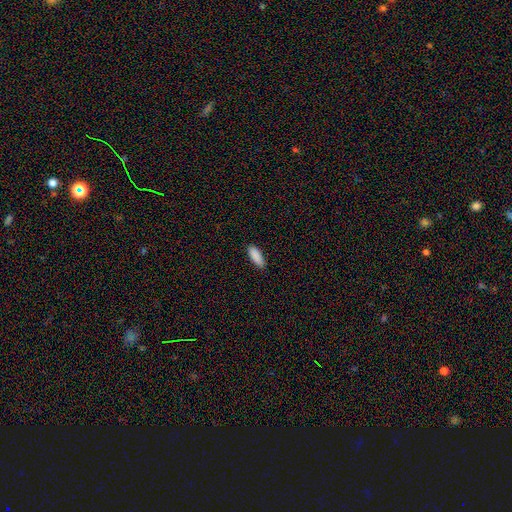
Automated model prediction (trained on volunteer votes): A smooth galaxy with no disk features (90%) that is in between round and cigar-shaped (76%).

Vote fractions:
- Smooth or featured? smooth: 90% / star or artifact: 6% / featured or disk: 4%
- How rounded? in between: 76% / cigar-shaped: 23% / round: 2%
- Merging? none: 86% / minor disturbance: 11% / major disturbance: 2% / merger: 1%